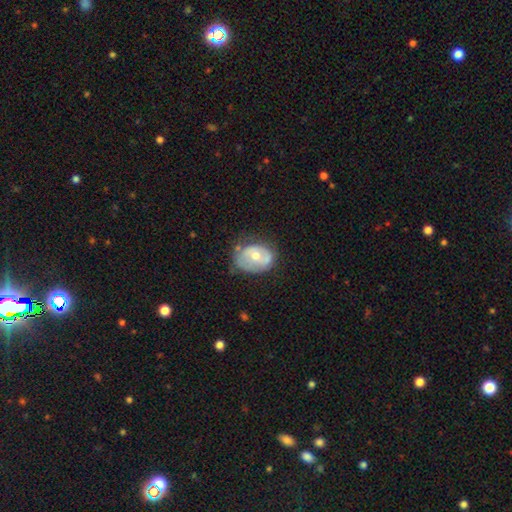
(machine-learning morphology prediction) featured or disk 52%, smooth 41%, star or artifact 7%. Down the decision tree: edge-on disk — no (95%); merging — none (50%).